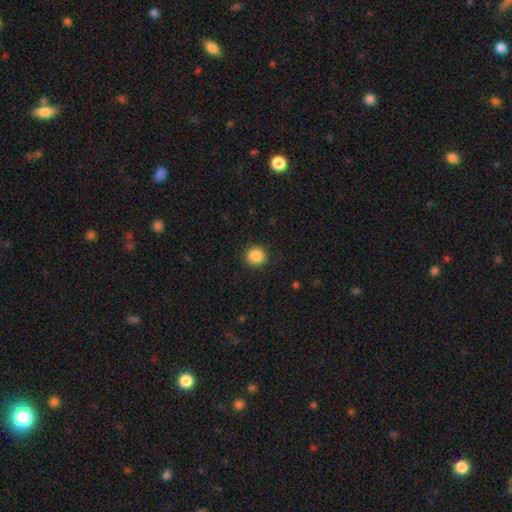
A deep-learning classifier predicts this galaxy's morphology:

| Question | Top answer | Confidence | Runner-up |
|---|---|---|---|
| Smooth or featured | smooth | 88% | star or artifact (9%) |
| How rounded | round | 93% | in between (6%) |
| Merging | none | 89% | minor disturbance (7%) |